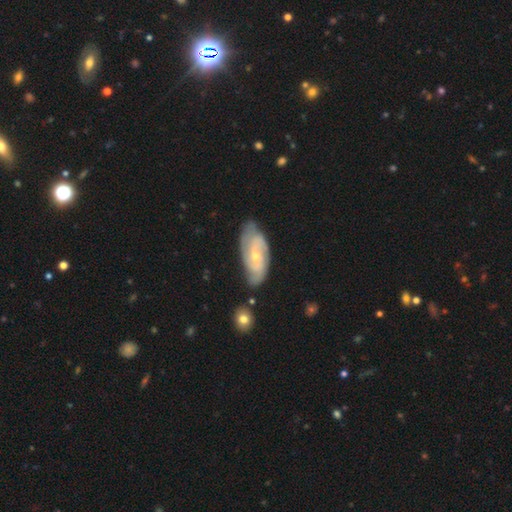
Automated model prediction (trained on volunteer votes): A featured or disk galaxy (75%) with no bar (63%), 2 (43%) tight (49%) spiral arms (93%) and a small central bulge (65%).

Vote fractions:
- Smooth or featured? featured or disk: 75% / smooth: 19% / star or artifact: 6%
- Edge-on disk? no: 93% / yes: 7%
- Bar? no: 63% / weak: 31% / strong: 6%
- Spiral arms? yes: 93% / no: 7%
- Spiral winding? tight: 49% / medium: 39% / loose: 12%
- Spiral arm count? 2: 43% / can't tell: 28% / 3: 18% / 4: 5% / 1: 3% / more than 4: 3%
- Bulge size? small: 65% / moderate: 32% / none: 1% / large: 1% / dominant: 1%
- Merging? none: 69% / minor disturbance: 23% / major disturbance: 5% / merger: 4%